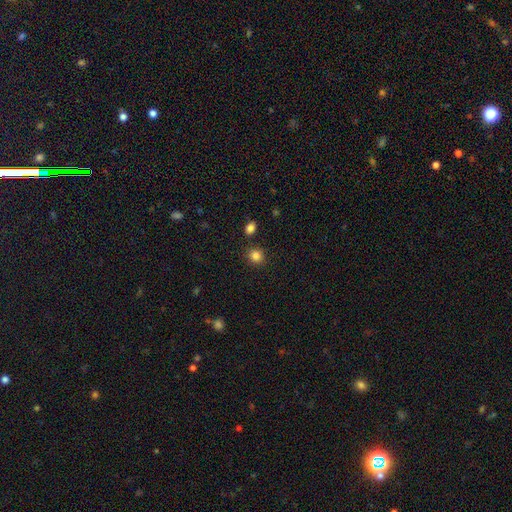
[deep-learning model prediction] This is clearly a smooth galaxy (85%). How rounded: clearly round (82%). Merging: clearly none (87%).